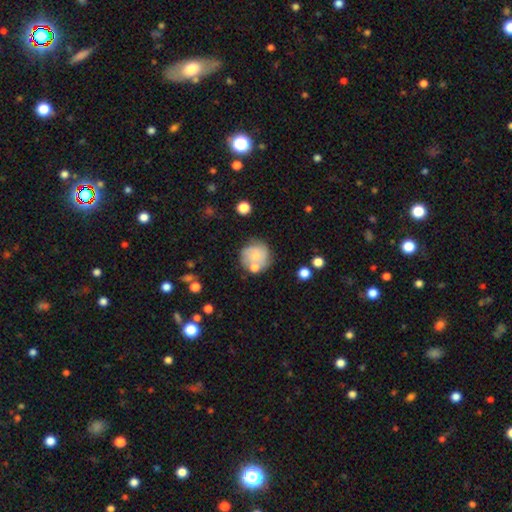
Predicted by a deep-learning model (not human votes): A smooth galaxy with no disk features (60%) that is round (90%).

Vote fractions:
- Smooth or featured? smooth: 60% / featured or disk: 32% / star or artifact: 8%
- How rounded? round: 90% / in between: 9% / cigar-shaped: 1%
- Merging? none: 58% / minor disturbance: 18% / merger: 16% / major disturbance: 8%